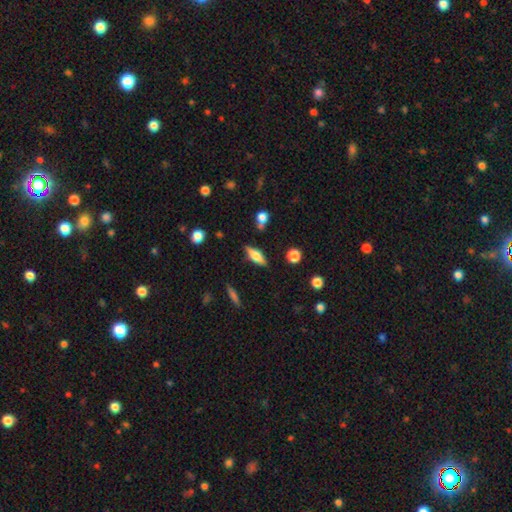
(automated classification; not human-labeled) smooth_or_featured: smooth (p=0.51) [alt: featured or disk p=0.41]
how_rounded: in between (p=0.58) [alt: cigar-shaped p=0.39]
merging: none (p=0.79) [alt: minor disturbance p=0.13]